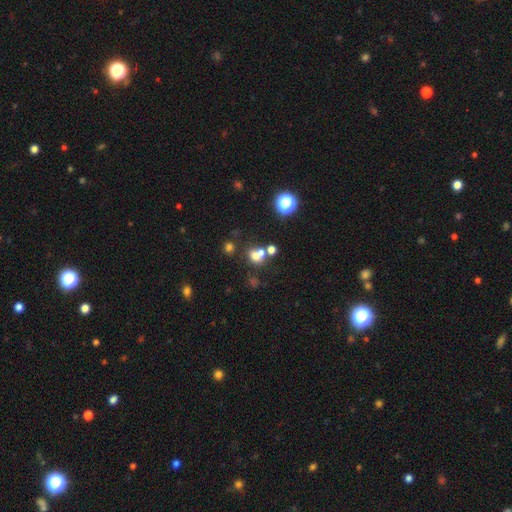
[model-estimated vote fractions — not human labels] Smooth or featured?
  - smooth: 64% *
  - star or artifact: 23%
  - featured or disk: 13%
How rounded?
  - round: 72% *
  - in between: 27%
  - cigar-shaped: 1%
Merging?
  - none: 48% *
  - merger: 38%
  - minor disturbance: 9%
  - major disturbance: 5%